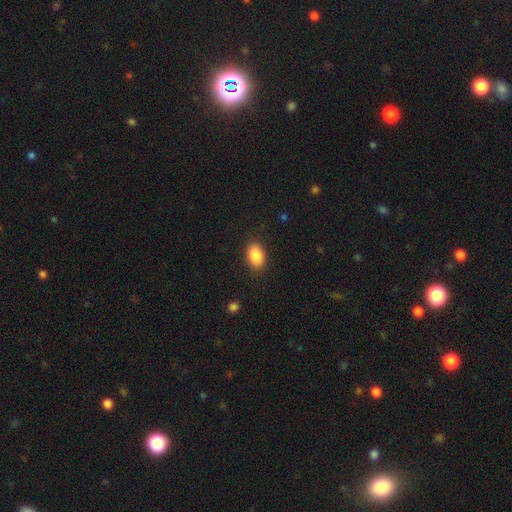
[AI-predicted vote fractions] Morphology: type=smooth (88%); roundness=in between (89%); merging=none (87%).